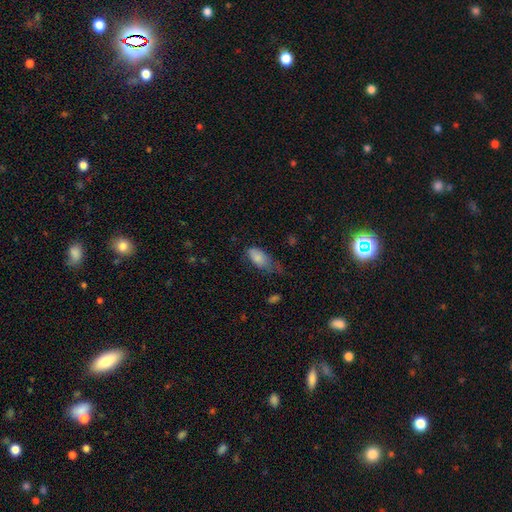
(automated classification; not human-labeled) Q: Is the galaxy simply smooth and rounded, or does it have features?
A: smooth — 78%.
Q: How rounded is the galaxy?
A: in between — 88%.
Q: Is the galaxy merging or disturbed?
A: minor disturbance — 40%.